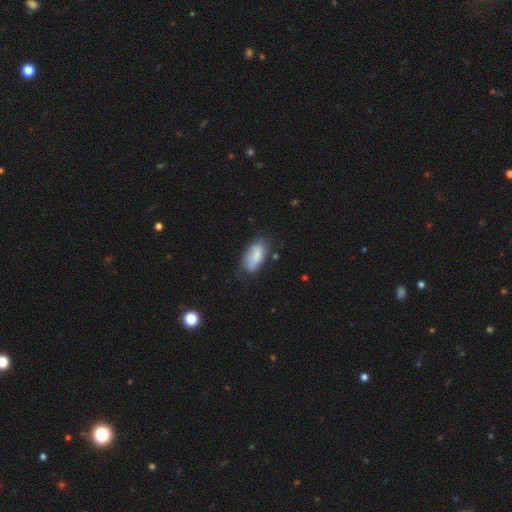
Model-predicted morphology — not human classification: smooth 79%, featured or disk 14%, star or artifact 7%. Down the decision tree: how rounded — in between (91%); merging — none (60%).